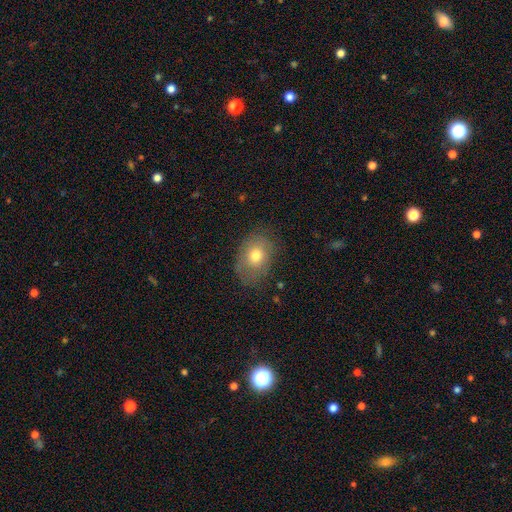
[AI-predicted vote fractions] smooth_or_featured: smooth (p=0.71) [alt: featured or disk p=0.19]
how_rounded: in between (p=0.67) [alt: round p=0.32]
merging: none (p=0.68) [alt: minor disturbance p=0.23]